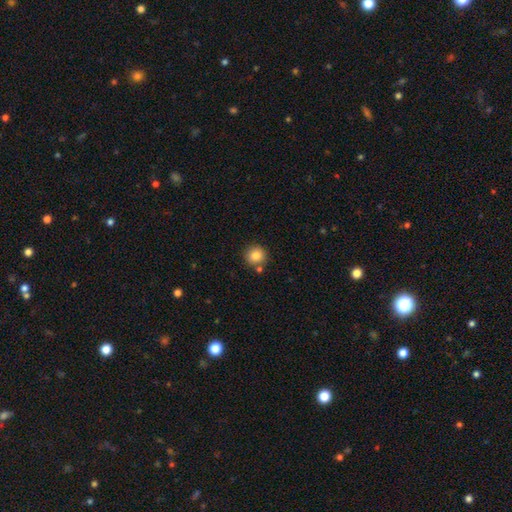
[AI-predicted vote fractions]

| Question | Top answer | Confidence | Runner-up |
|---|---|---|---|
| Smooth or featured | smooth | 84% | star or artifact (10%) |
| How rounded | round | 92% | in between (7%) |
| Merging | none | 80% | minor disturbance (9%) |